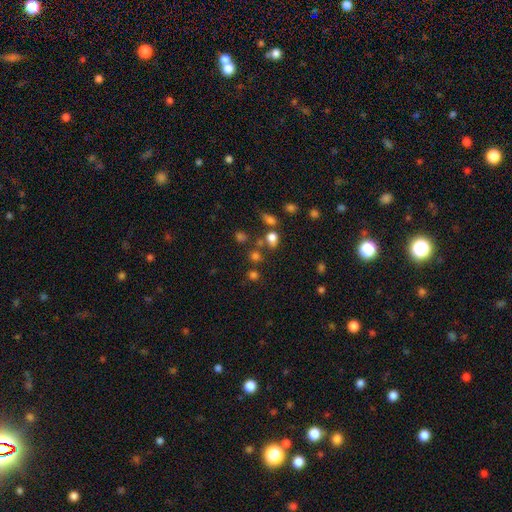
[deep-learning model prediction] Smooth or featured? Predicted: smooth (p=0.54). How rounded? Predicted: round (p=0.74). Merging? Predicted: none (p=0.66).